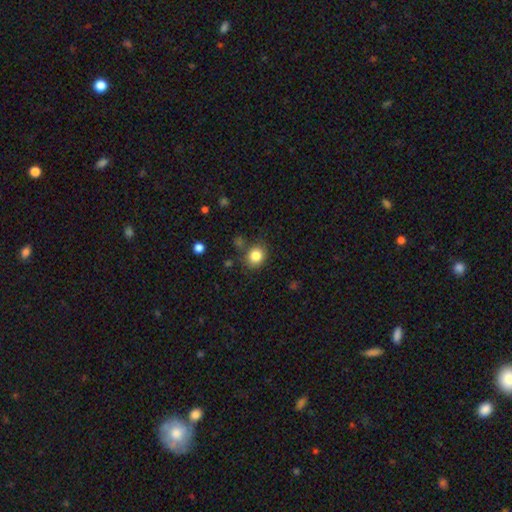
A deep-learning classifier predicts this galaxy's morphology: Smooth or featured?
  - smooth: 83% *
  - star or artifact: 11%
  - featured or disk: 6%
How rounded?
  - round: 70% *
  - in between: 29%
  - cigar-shaped: 1%
Merging?
  - none: 78% *
  - minor disturbance: 13%
  - merger: 5%
  - major disturbance: 4%